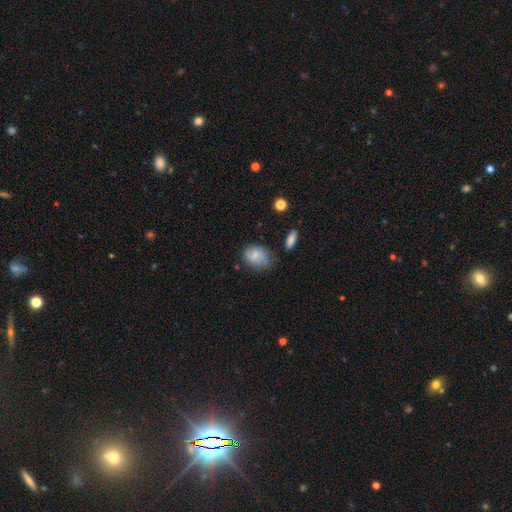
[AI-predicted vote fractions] Q: Smooth or featured?
A: smooth (68%); runner-up: featured or disk (24%)
Q: How rounded?
A: in between (61%); runner-up: round (37%)
Q: Merging?
A: none (56%); runner-up: minor disturbance (31%)